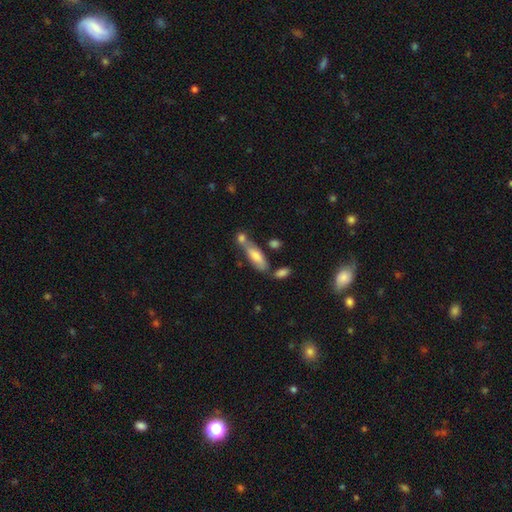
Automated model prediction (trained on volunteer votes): This appears to be a smooth galaxy with no disk features (65%) that is in between round and cigar-shaped (50%). Merging: none (45%).